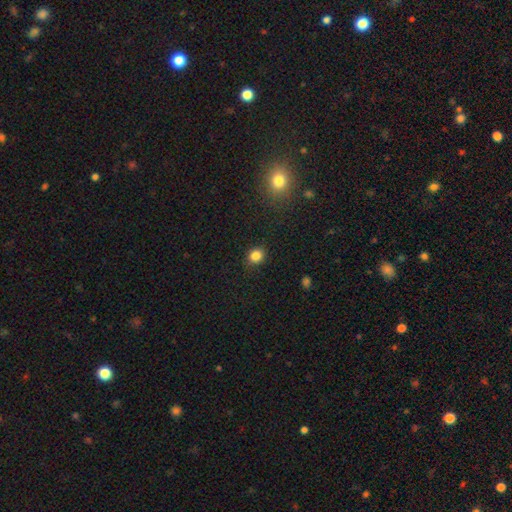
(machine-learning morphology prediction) smooth 84%, star or artifact 12%, featured or disk 4%. Down the decision tree: how rounded — round (77%); merging — none (89%).